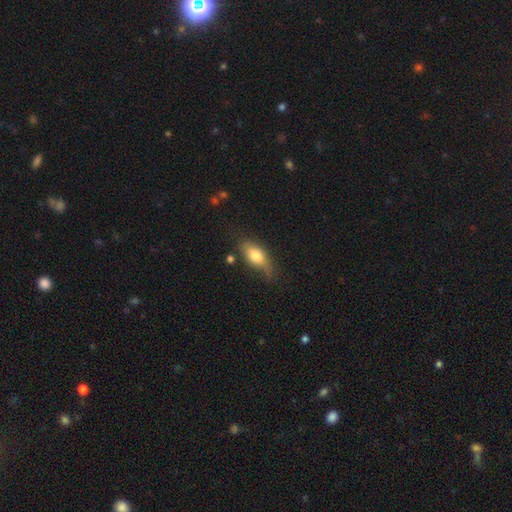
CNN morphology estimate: smooth-or-featured: smooth: 71% | featured or disk: 22% | star or artifact: 7%
  how-rounded: in between: 82% | cigar-shaped: 12% | round: 5%
  merging: none: 53% | minor disturbance: 32% | major disturbance: 11% | merger: 4%